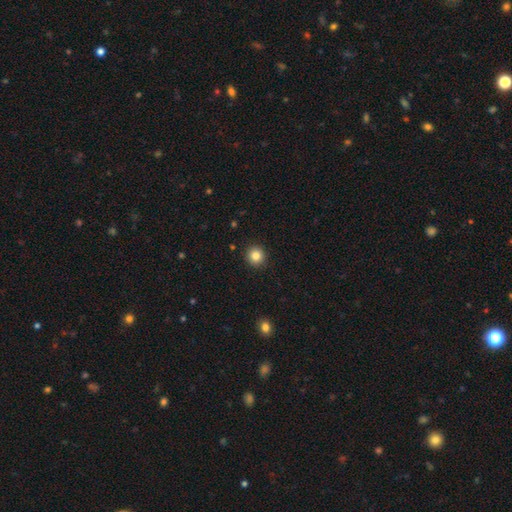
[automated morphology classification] smooth-or-featured: smooth: 83% | star or artifact: 11% | featured or disk: 6%
  how-rounded: round: 94% | in between: 5% | cigar-shaped: 1%
  merging: none: 92% | minor disturbance: 5% | major disturbance: 2% | merger: 1%